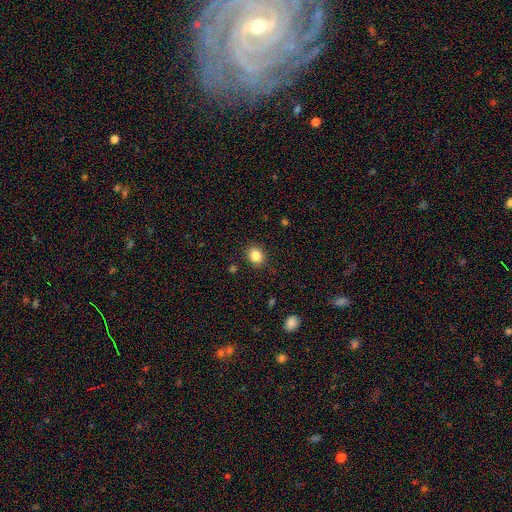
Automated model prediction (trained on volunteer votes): smooth 84%, star or artifact 10%, featured or disk 5%. Down the decision tree: how rounded — round (73%); merging — none (88%).